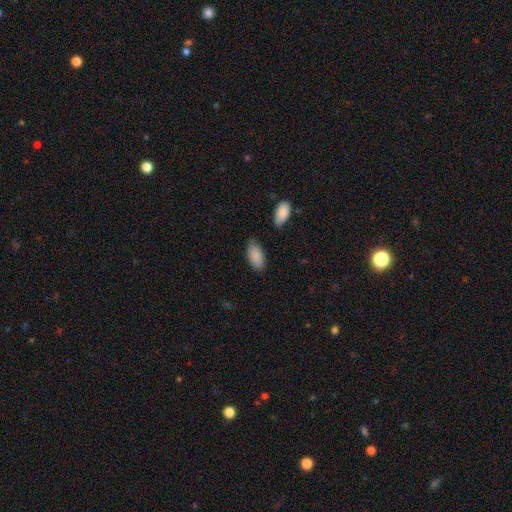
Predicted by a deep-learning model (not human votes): smooth-or-featured: smooth: 88% | star or artifact: 6% | featured or disk: 6%
  how-rounded: in between: 93% | cigar-shaped: 5% | round: 2%
  merging: none: 72% | minor disturbance: 21% | major disturbance: 4% | merger: 3%